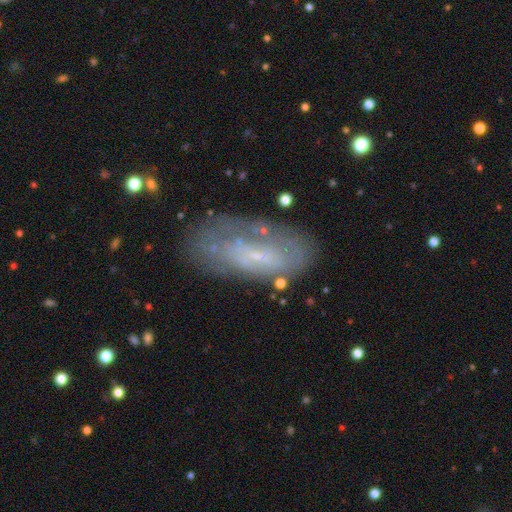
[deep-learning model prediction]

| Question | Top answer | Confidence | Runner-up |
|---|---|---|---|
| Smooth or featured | featured or disk | 54% | smooth (37%) |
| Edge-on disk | no | 87% | yes (13%) |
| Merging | none | 60% | minor disturbance (23%) |